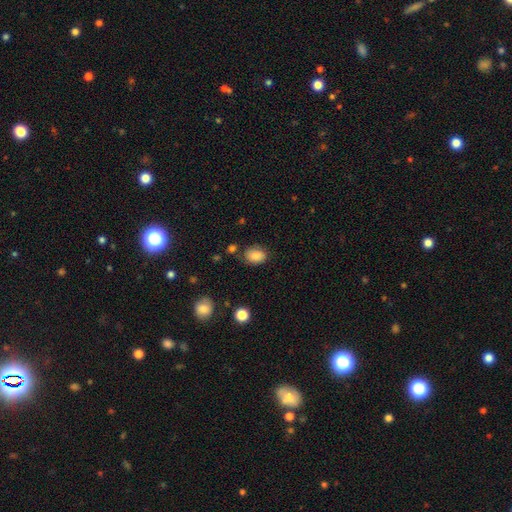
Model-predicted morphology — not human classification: A smooth galaxy with no disk features (84%) that is in between round and cigar-shaped (69%). Merging: none (74%).